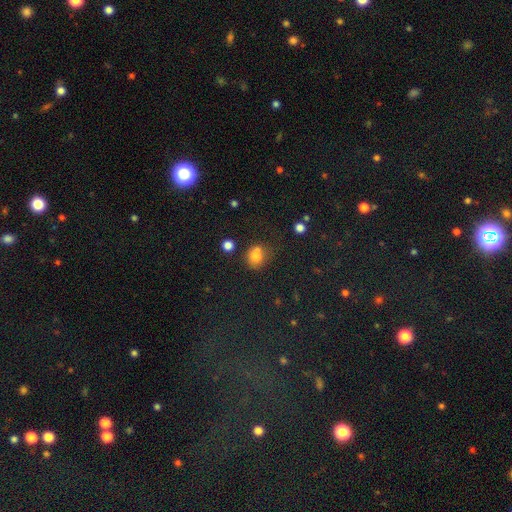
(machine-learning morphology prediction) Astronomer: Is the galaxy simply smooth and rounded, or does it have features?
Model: smooth — 76%.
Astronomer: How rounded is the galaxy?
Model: round — 73%.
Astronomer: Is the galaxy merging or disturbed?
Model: none — 53%.